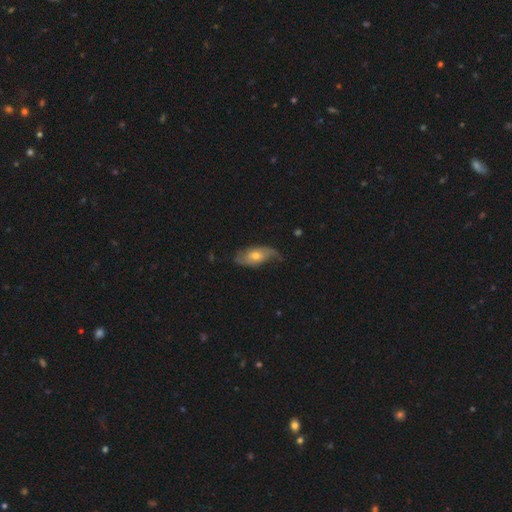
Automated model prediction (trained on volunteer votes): Smooth or featured?
  - featured or disk: 60% *
  - smooth: 33%
  - star or artifact: 6%
Edge-on disk?
  - no: 89% *
  - yes: 11%
Bar?
  - no: 71% *
  - weak: 24%
  - strong: 5%
Spiral arms?
  - yes: 83% *
  - no: 17%
Bulge size?
  - moderate: 58% *
  - small: 34%
  - large: 5%
  - none: 2%
  - dominant: 1%
Merging?
  - none: 55% *
  - minor disturbance: 29%
  - major disturbance: 14%
  - merger: 2%